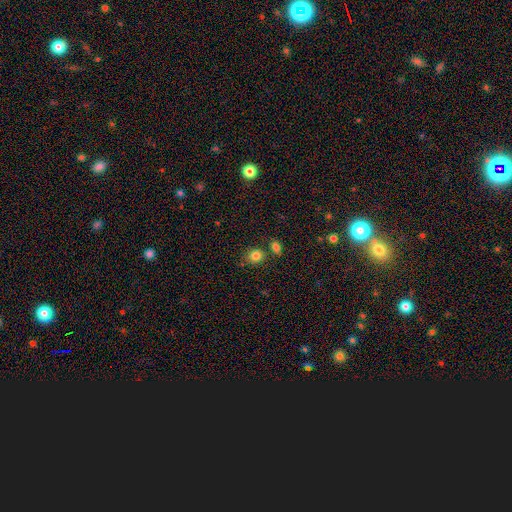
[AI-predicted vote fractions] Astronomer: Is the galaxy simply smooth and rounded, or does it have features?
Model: smooth — 83%.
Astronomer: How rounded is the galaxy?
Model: round — 76%.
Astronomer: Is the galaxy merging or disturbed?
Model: none — 74%.